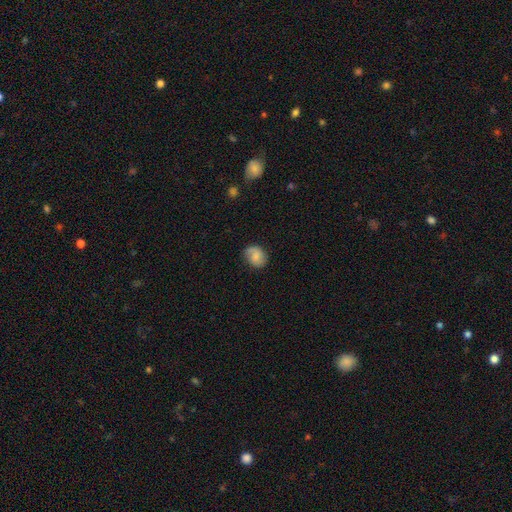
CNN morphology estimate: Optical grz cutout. It shows a smooth galaxy with no disk features (68%) that is round (51%). Merging: none (71%).